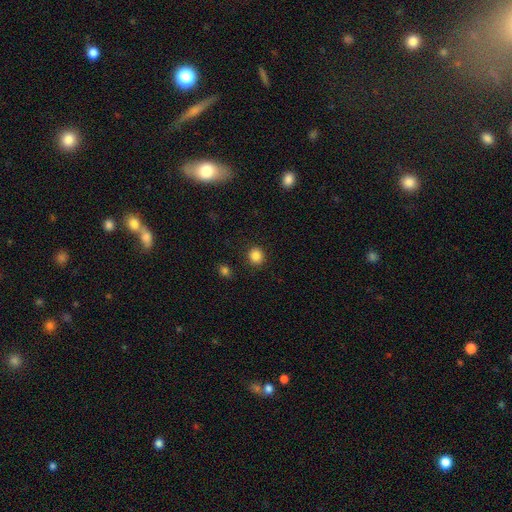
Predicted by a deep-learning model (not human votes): smooth-or-featured: smooth: 86% | star or artifact: 11% | featured or disk: 3%
  how-rounded: round: 86% | in between: 14% | cigar-shaped: 1%
  merging: none: 90% | minor disturbance: 6% | major disturbance: 2% | merger: 2%